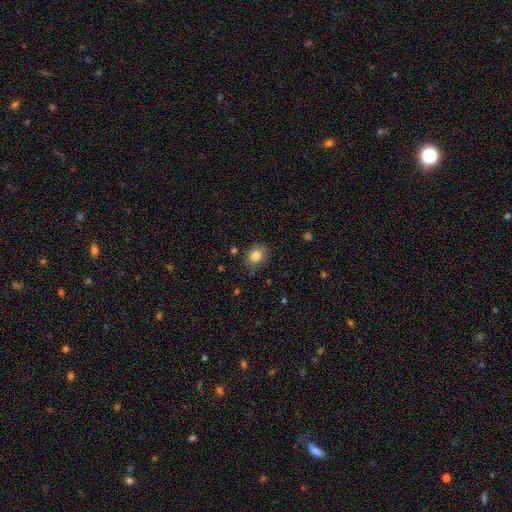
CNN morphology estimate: This appears to be a smooth galaxy with no disk features (84%) that is round (54%). Merging: none (79%).